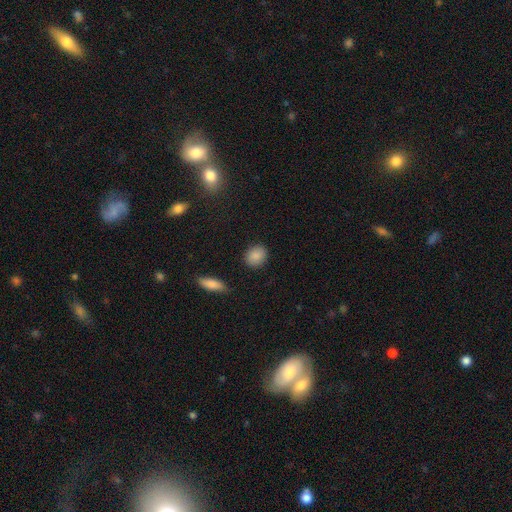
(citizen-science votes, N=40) smooth-or-featured: smooth: 88% | star or artifact: 8% | featured or disk: 5%
  how-rounded: round: 66% | in between: 34% | cigar-shaped: 0%
  merging: none: 92% | minor disturbance: 5% | major disturbance: 3% | merger: 0%